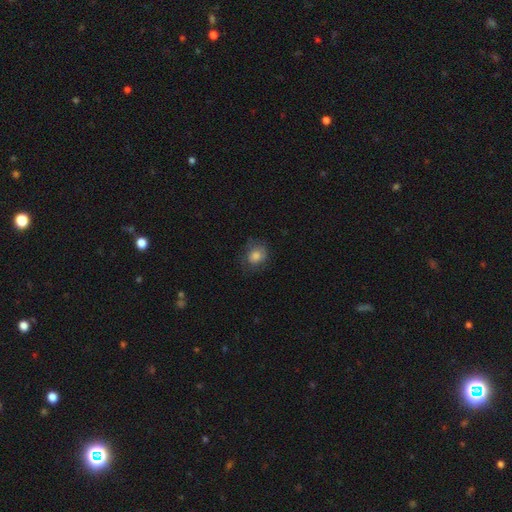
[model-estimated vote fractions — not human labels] smooth-or-featured: smooth: 77% | featured or disk: 13% | star or artifact: 10%
  how-rounded: round: 68% | in between: 31% | cigar-shaped: 1%
  merging: none: 65% | minor disturbance: 22% | major disturbance: 11% | merger: 1%